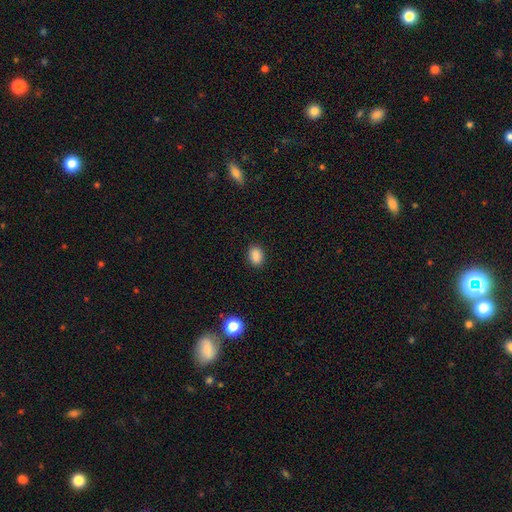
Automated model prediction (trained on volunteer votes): smooth_or_featured: smooth (p=0.88) [alt: star or artifact p=0.10]
how_rounded: in between (p=0.76) [alt: round p=0.22]
merging: none (p=0.89) [alt: minor disturbance p=0.08]